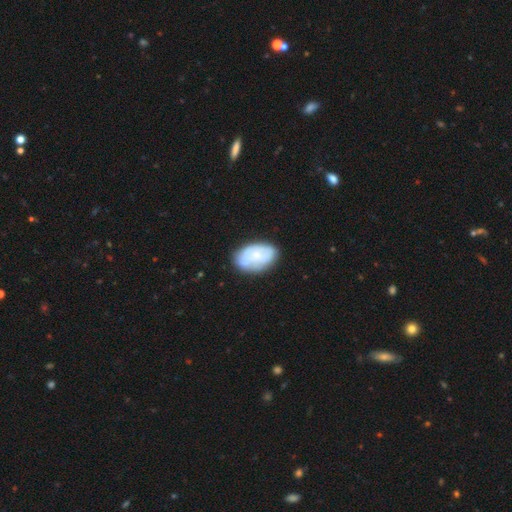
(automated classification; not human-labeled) Smooth or featured: smooth — 61% (featured or disk — 32%)
How rounded: in between — 92% (round — 7%)
Merging: none — 71% (minor disturbance — 21%)